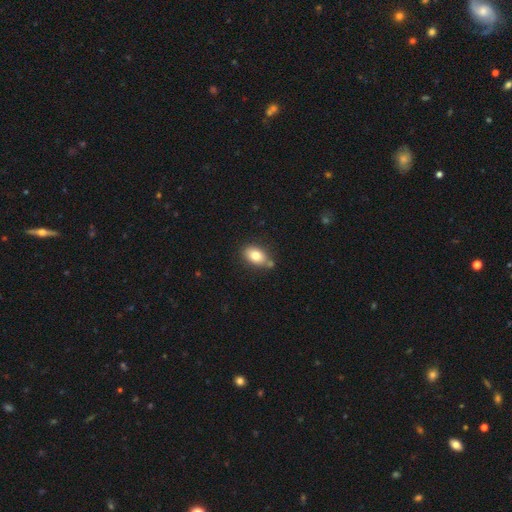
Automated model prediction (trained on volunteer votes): A smooth galaxy with no disk features (80%) that is in between round and cigar-shaped (85%). Merging: none (69%).